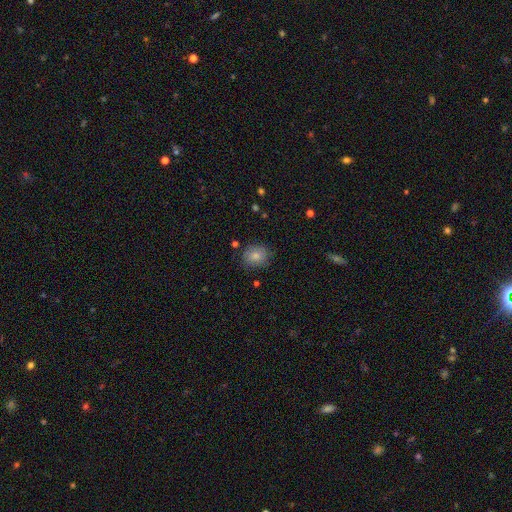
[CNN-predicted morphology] A smooth galaxy with no disk features (79%) that is round (67%). Merging: none (79%).